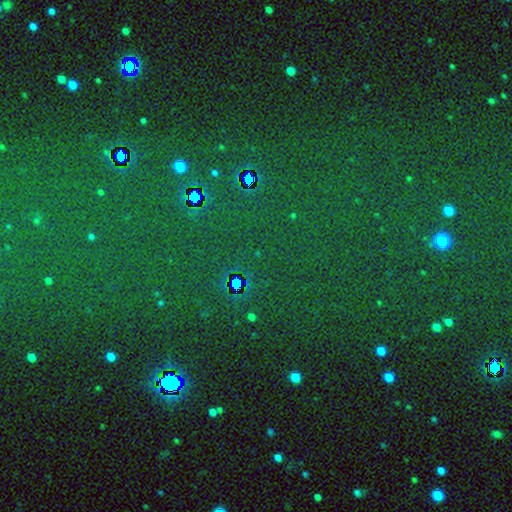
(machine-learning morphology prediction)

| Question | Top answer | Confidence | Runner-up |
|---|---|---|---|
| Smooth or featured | star or artifact | 81% | smooth (11%) |